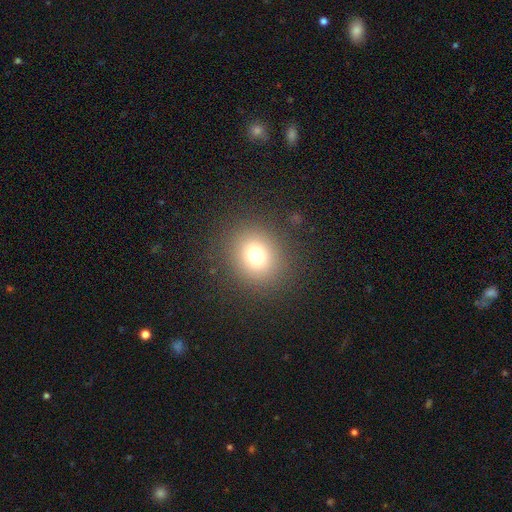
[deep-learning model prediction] Overall: smooth (73%). How rounded: round (79%). Merging: none (88%).